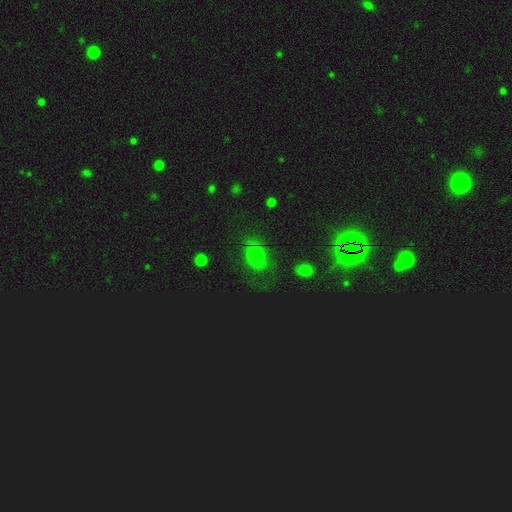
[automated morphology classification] A smooth galaxy with no disk features (62%) that is in between round and cigar-shaped (66%). Merging: none (60%).